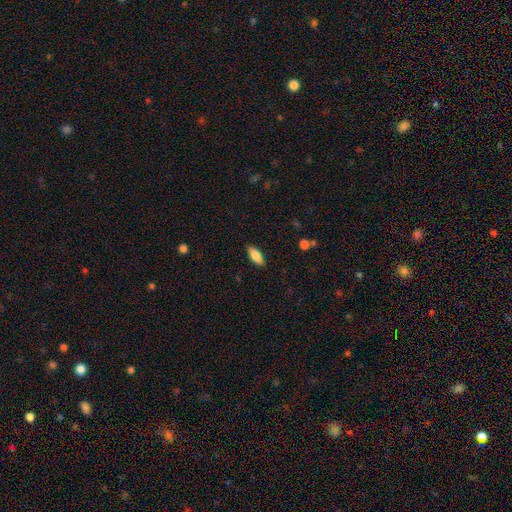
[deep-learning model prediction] This is likely a smooth galaxy (79%). How rounded: likely in between (71%). Merging: clearly none (88%).